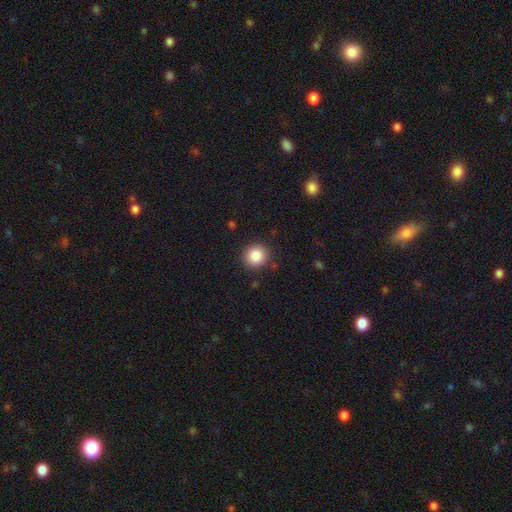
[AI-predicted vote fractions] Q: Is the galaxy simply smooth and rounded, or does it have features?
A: smooth — 86%.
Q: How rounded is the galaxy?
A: round — 90%.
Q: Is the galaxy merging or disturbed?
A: none — 89%.